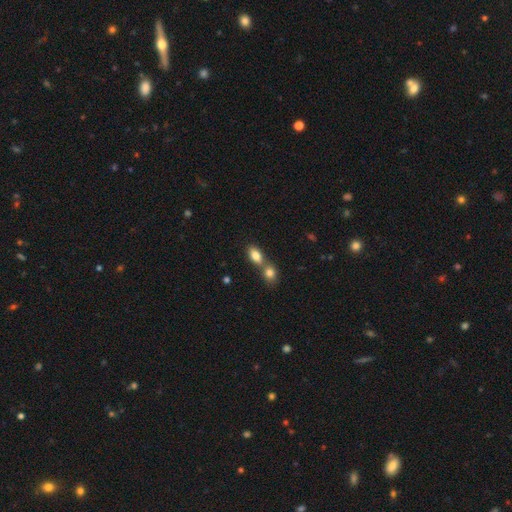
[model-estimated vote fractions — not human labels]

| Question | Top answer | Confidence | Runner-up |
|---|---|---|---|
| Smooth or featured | smooth | 82% | featured or disk (10%) |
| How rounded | in between | 85% | round (11%) |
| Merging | merger | 52% | none (37%) |